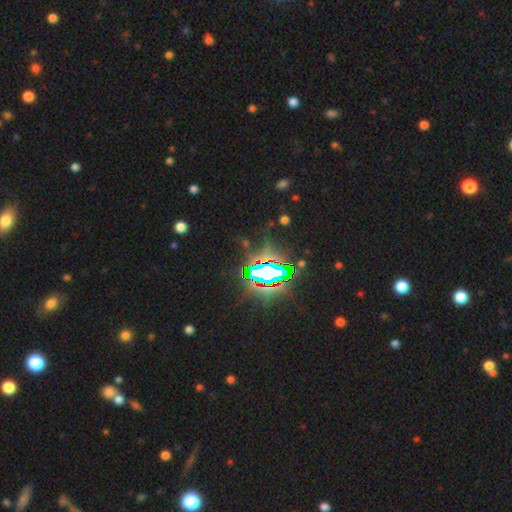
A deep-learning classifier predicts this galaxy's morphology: Smooth or featured?
  - star or artifact: 81% *
  - smooth: 11%
  - featured or disk: 8%